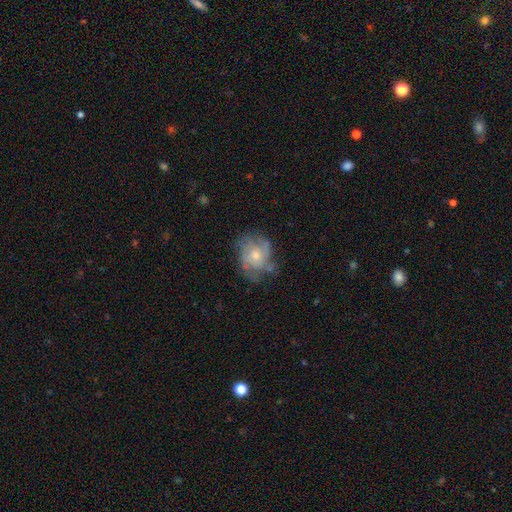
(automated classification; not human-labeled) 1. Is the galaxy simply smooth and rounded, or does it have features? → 66% featured or disk, 26% smooth, 8% star or artifact.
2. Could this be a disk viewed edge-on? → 97% no, 3% yes.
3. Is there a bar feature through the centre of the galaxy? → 80% no, 18% weak, 2% strong.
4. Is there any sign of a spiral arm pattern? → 82% yes, 18% no.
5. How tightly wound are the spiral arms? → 44% tight, 40% medium, 16% loose.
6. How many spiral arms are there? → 36% can't tell, 24% 3, 17% 4, 12% 2, 5% more than 4, 5% 1.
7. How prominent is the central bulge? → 52% moderate, 42% small, 4% large, 2% none, 1% dominant.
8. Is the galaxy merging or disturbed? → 59% none, 25% minor disturbance, 14% major disturbance, 2% merger.